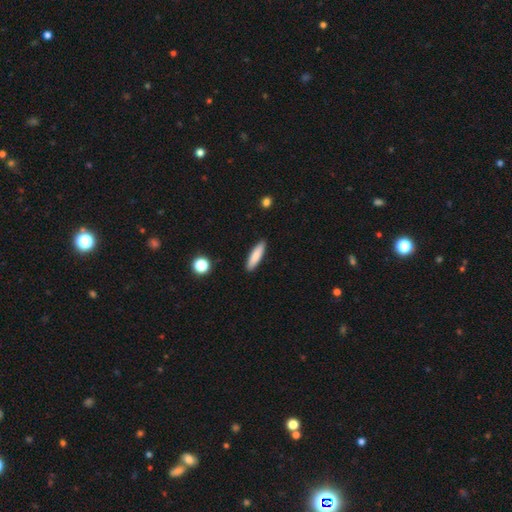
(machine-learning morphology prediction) Q: Smooth or featured?
A: smooth (83%); runner-up: featured or disk (11%)
Q: How rounded?
A: cigar-shaped (72%); runner-up: in between (26%)
Q: Merging?
A: none (90%); runner-up: minor disturbance (7%)